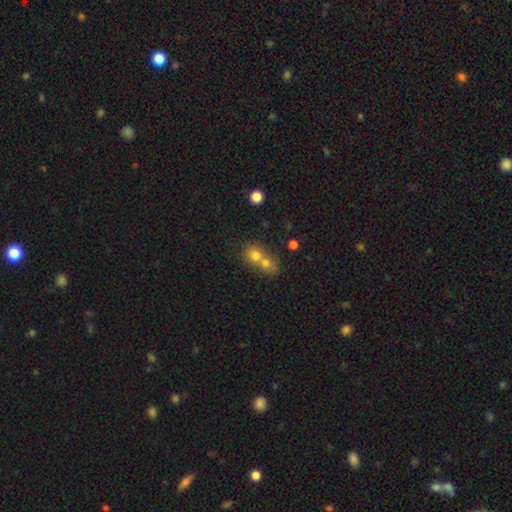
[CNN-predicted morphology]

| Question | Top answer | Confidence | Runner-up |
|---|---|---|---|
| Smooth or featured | smooth | 73% | featured or disk (15%) |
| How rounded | round | 74% | in between (25%) |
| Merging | merger | 67% | none (25%) |